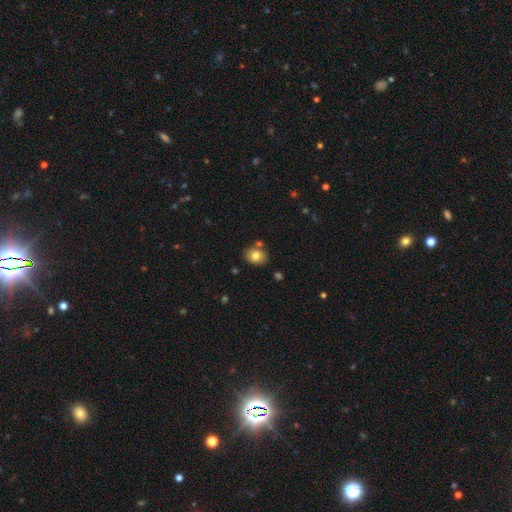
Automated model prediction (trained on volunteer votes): Smooth or featured?
  - smooth: 79% *
  - featured or disk: 11%
  - star or artifact: 10%
How rounded?
  - round: 57% *
  - in between: 43%
  - cigar-shaped: 1%
Merging?
  - none: 75% *
  - minor disturbance: 13%
  - merger: 10%
  - major disturbance: 3%